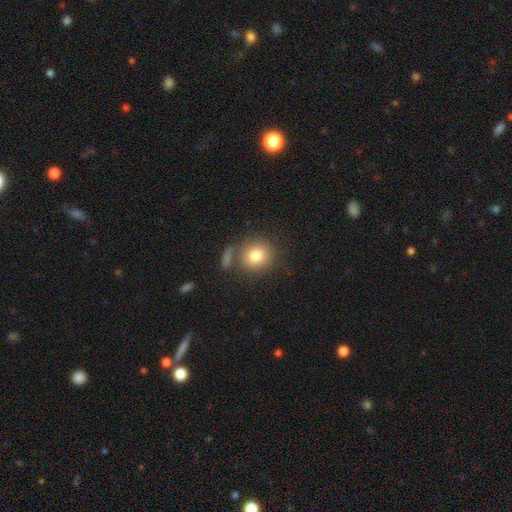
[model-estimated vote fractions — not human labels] A smooth galaxy with no disk features (80%) that is round (86%).

Vote fractions:
- Smooth or featured? smooth: 80% / featured or disk: 10% / star or artifact: 9%
- How rounded? round: 86% / in between: 13% / cigar-shaped: 1%
- Merging? none: 66% / merger: 15% / minor disturbance: 12% / major disturbance: 7%